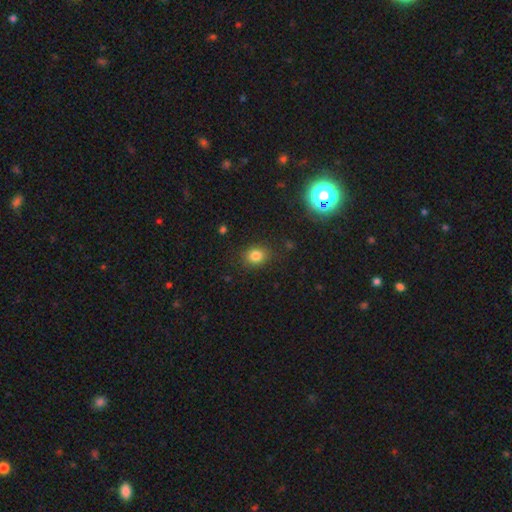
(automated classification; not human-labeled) The model was most divided on "how rounded": round: 60%, in between: 38%, cigar-shaped: 1%. More confident: merging — none (85%); smooth or featured — smooth (80%).